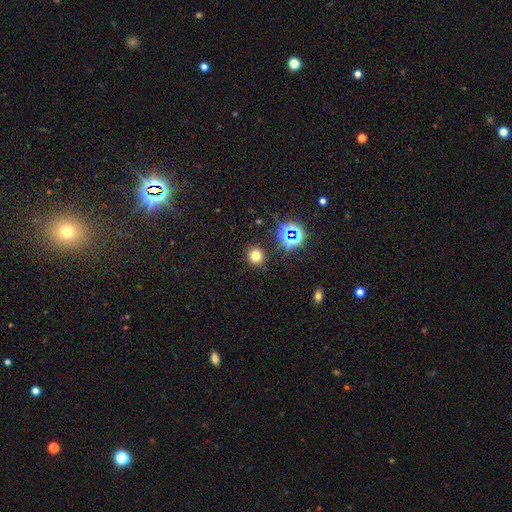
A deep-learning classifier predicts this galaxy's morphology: Smooth or featured: smooth — 72% (star or artifact — 21%)
How rounded: round — 84% (in between — 15%)
Merging: none — 89% (minor disturbance — 7%)